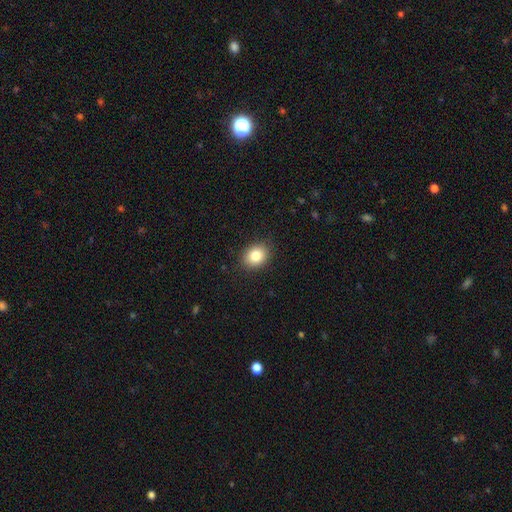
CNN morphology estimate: This appears to be a smooth galaxy with no disk features (83%) that is in between round and cigar-shaped (53%). Merging: none (87%).